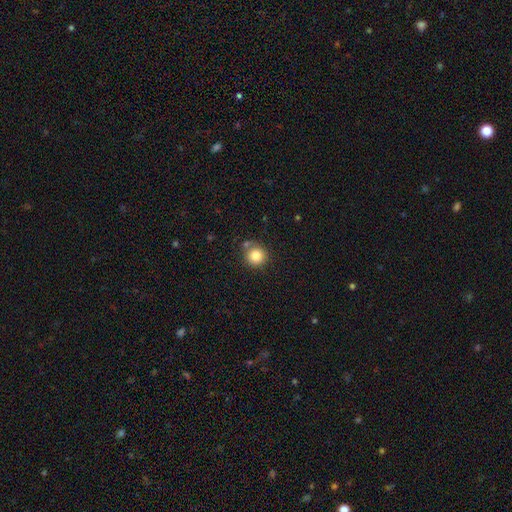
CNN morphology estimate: Smooth or featured? smooth (82%)
How rounded? round (93%)
Merging? none (75%)